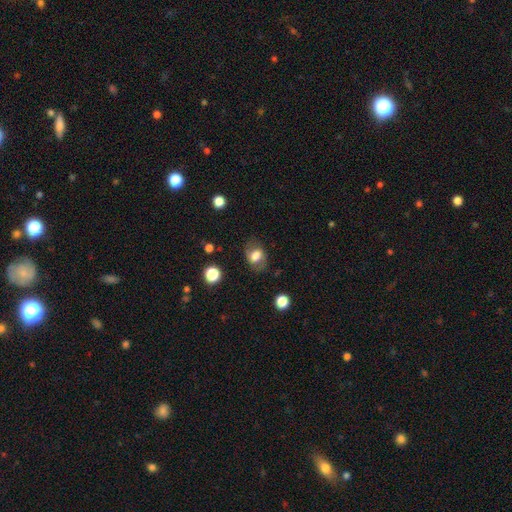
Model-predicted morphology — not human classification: A smooth galaxy with no disk features (57%) that is in between round and cigar-shaped (63%). Merging: none (73%).